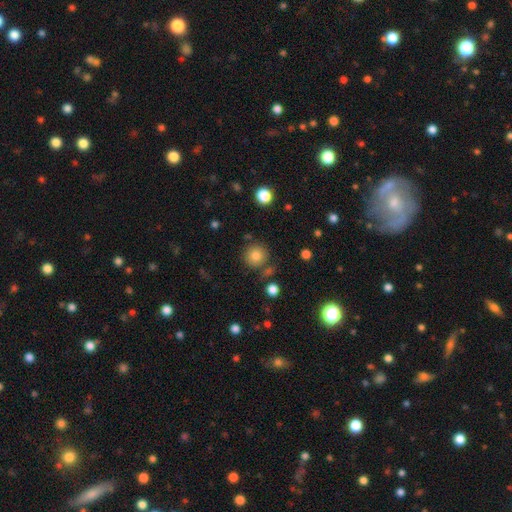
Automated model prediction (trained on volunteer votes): smooth_or_featured: smooth (p=0.81) [alt: star or artifact p=0.12]
how_rounded: round (p=0.93) [alt: in between p=0.06]
merging: none (p=0.81) [alt: minor disturbance p=0.09]